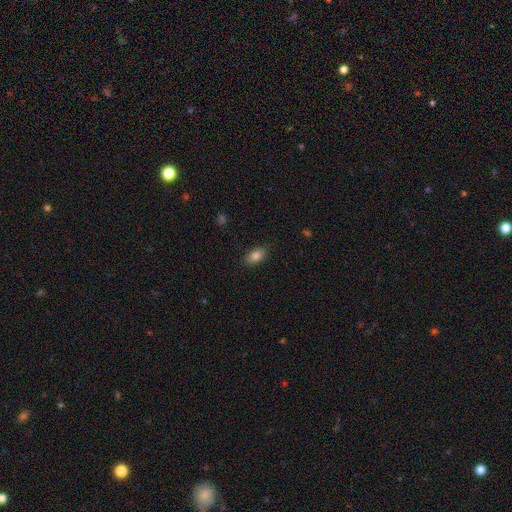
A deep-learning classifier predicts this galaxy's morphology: A smooth galaxy with no disk features (83%) that is in between round and cigar-shaped (89%).

Vote fractions:
- Smooth or featured? smooth: 83% / star or artifact: 9% / featured or disk: 8%
- How rounded? in between: 89% / round: 8% / cigar-shaped: 3%
- Merging? none: 85% / minor disturbance: 11% / major disturbance: 2% / merger: 1%